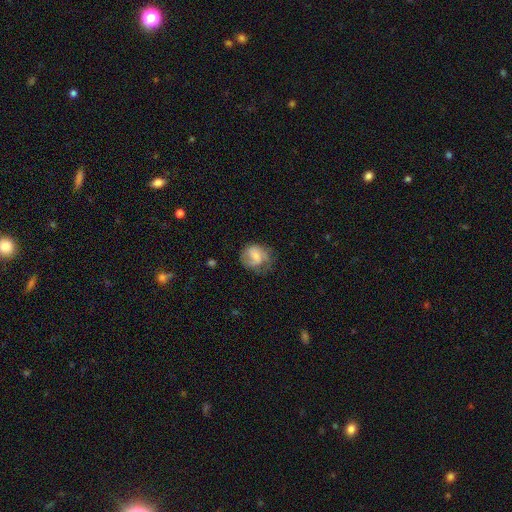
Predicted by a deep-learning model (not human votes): A smooth galaxy with no disk features (53%) that is round (66%). Merging: none (49%).